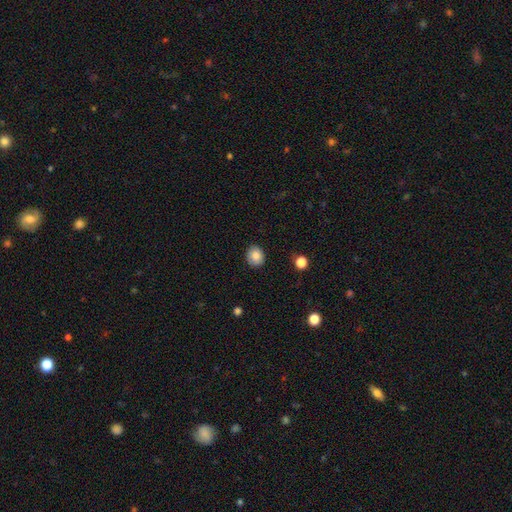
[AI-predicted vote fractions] smooth_or_featured: smooth (p=0.84) [alt: star or artifact p=0.09]
how_rounded: round (p=0.67) [alt: in between p=0.32]
merging: none (p=0.87) [alt: minor disturbance p=0.10]